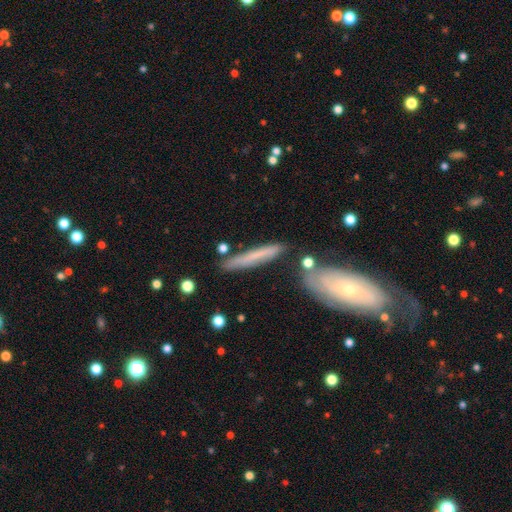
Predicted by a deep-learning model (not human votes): Morphology: type=smooth (55%); roundness=cigar-shaped (92%); merging=none (78%).